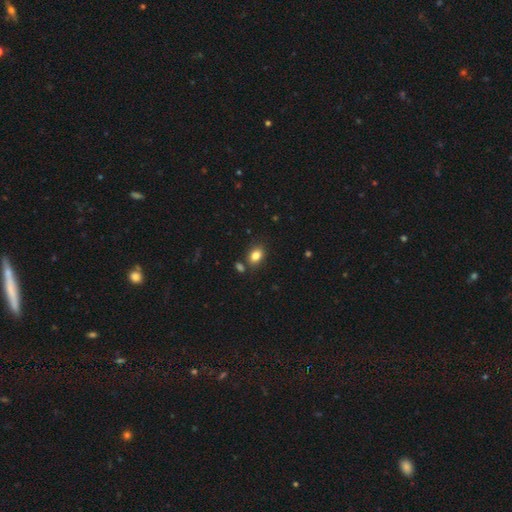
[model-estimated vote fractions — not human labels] Smooth or featured? Predicted: smooth (p=0.83). How rounded? Predicted: in between (p=0.75). Merging? Predicted: none (p=0.76).